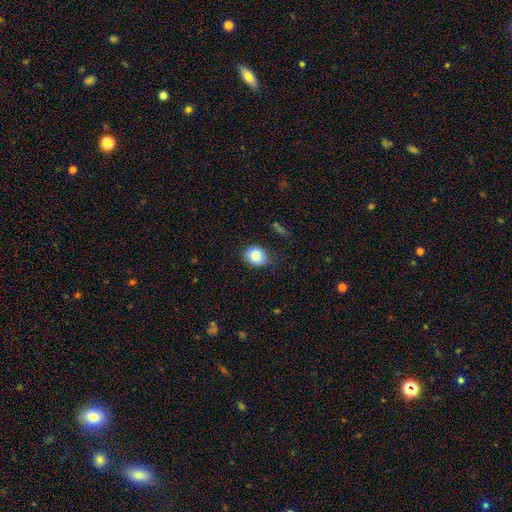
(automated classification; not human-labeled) A smooth galaxy with no disk features (87%) that is round (52%).

Vote fractions:
- Smooth or featured? smooth: 87% / star or artifact: 8% / featured or disk: 5%
- How rounded? round: 52% / in between: 47% / cigar-shaped: 1%
- Merging? none: 67% / minor disturbance: 24% / major disturbance: 6% / merger: 2%